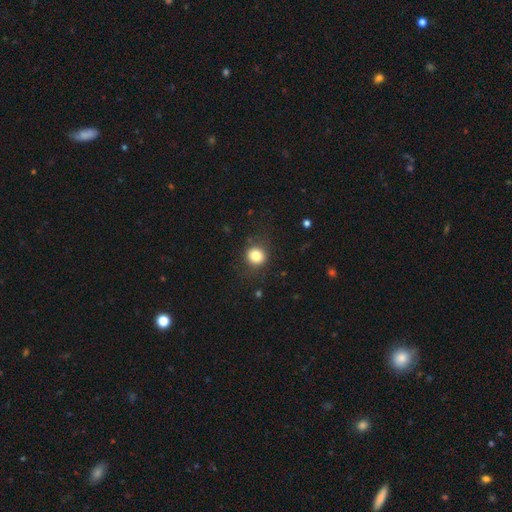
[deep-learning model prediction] A smooth galaxy with no disk features (81%) that is round (87%).

Vote fractions:
- Smooth or featured? smooth: 81% / star or artifact: 11% / featured or disk: 8%
- How rounded? round: 87% / in between: 12% / cigar-shaped: 1%
- Merging? none: 85% / minor disturbance: 10% / major disturbance: 4% / merger: 1%